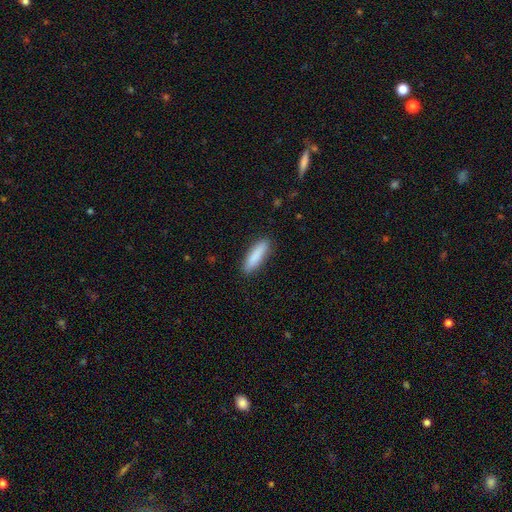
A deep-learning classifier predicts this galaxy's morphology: smooth 86%, featured or disk 8%, star or artifact 6%. Down the decision tree: how rounded — cigar-shaped (75%); merging — none (89%).